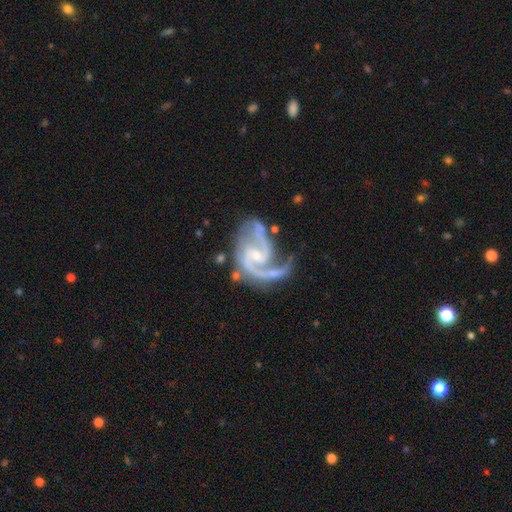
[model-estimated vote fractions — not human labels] Smooth or featured? Predicted: featured or disk (p=0.93). Edge-on disk? Predicted: no (p=0.98). Bar? Predicted: weak (p=0.46). Spiral arms? Predicted: yes (p=0.98). Spiral winding? Predicted: medium (p=0.58). Spiral arm count? Predicted: 2 (p=0.79). Bulge size? Predicted: small (p=0.69). Merging? Predicted: none (p=0.48).